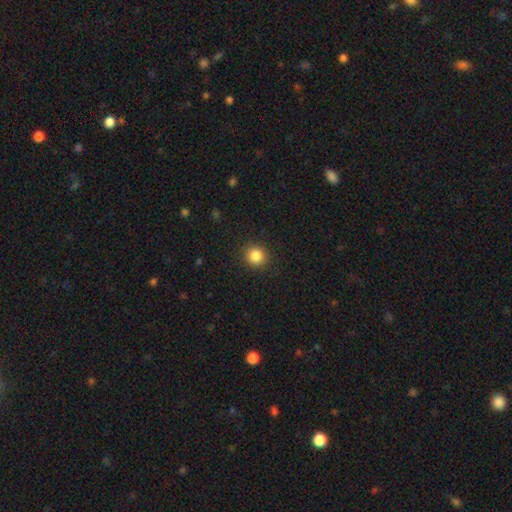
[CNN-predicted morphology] This appears to be a smooth galaxy with no disk features (85%) that is round (91%). Merging: none (91%).